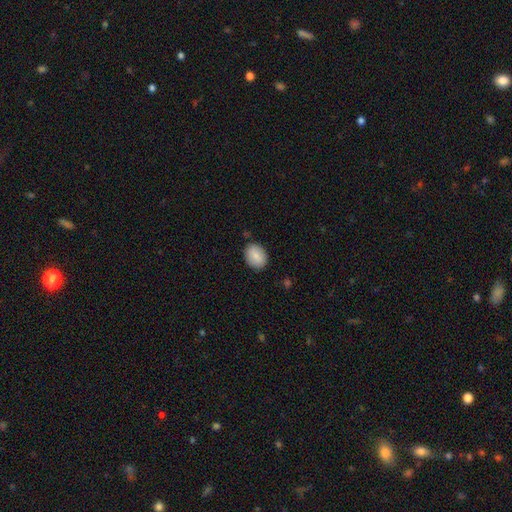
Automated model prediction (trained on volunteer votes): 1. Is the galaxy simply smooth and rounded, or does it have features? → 82% smooth, 11% featured or disk, 7% star or artifact.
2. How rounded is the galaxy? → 61% in between, 38% round, 1% cigar-shaped.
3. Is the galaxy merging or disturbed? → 85% none, 11% minor disturbance, 2% major disturbance, 2% merger.